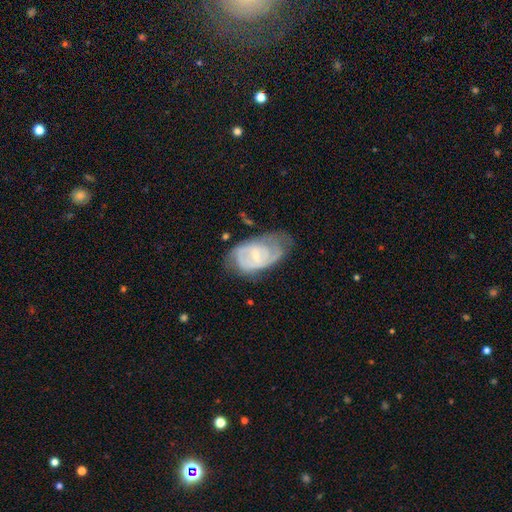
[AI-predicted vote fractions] A featured or disk galaxy (74%) with a weak bar (51%), 2 (49%) tight (49%) spiral arms (87%) and a small central bulge (65%).

Vote fractions:
- Smooth or featured? featured or disk: 74% / smooth: 20% / star or artifact: 7%
- Edge-on disk? no: 96% / yes: 4%
- Bar? weak: 51% / no: 36% / strong: 13%
- Spiral arms? yes: 87% / no: 13%
- Spiral winding? tight: 49% / medium: 39% / loose: 12%
- Spiral arm count? 2: 49% / can't tell: 31% / 3: 10% / 1: 5% / 4: 3% / more than 4: 2%
- Bulge size? small: 65% / moderate: 24% / none: 9% / large: 2% / dominant: 1%
- Merging? none: 49% / minor disturbance: 32% / major disturbance: 17% / merger: 2%